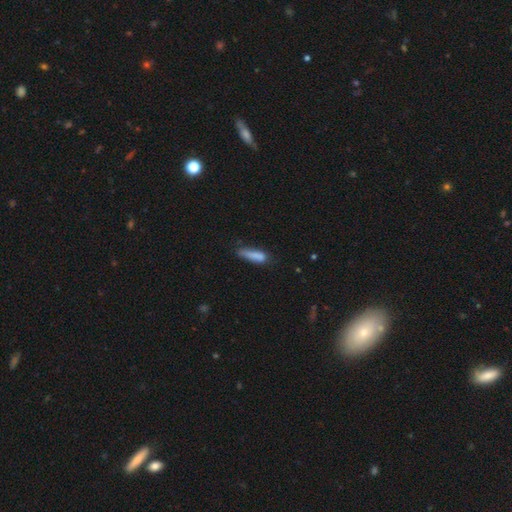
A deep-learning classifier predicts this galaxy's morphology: smooth-or-featured: smooth: 81% | featured or disk: 11% | star or artifact: 8%
  how-rounded: cigar-shaped: 69% | in between: 29% | round: 2%
  merging: none: 53% | minor disturbance: 32% | major disturbance: 11% | merger: 4%